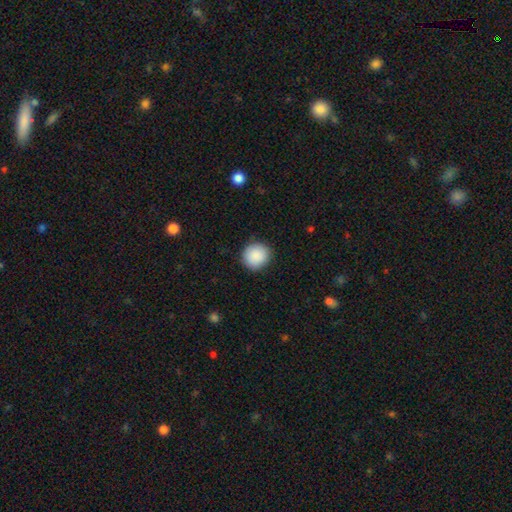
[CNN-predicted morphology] A smooth galaxy with no disk features (90%) that is round (91%). Merging: none (89%).